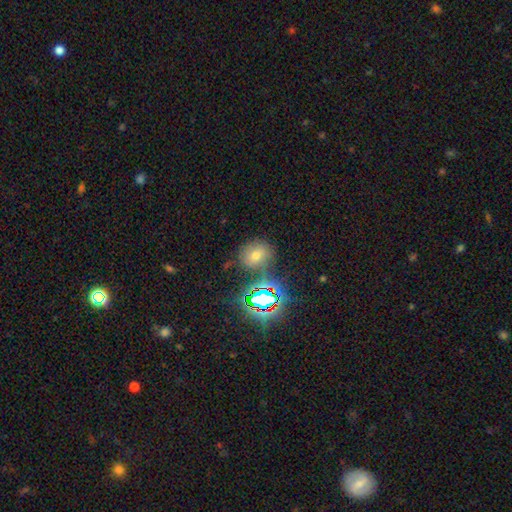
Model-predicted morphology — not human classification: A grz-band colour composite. It shows a smooth galaxy with no disk features (54%) that is round (58%). Merging: none (72%).